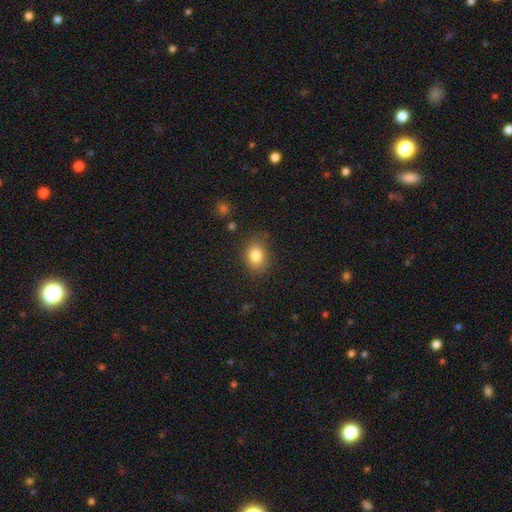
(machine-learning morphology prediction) A smooth galaxy with no disk features (82%) that is in between round and cigar-shaped (58%). Merging: none (78%).